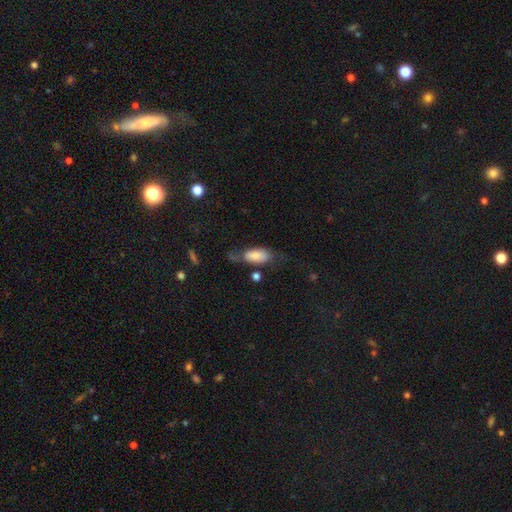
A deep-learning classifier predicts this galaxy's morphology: The model was most divided on "merging": none: 42%, minor disturbance: 28%, major disturbance: 24%, merger: 6%. More confident: how rounded — in between (88%); smooth or featured — smooth (73%).